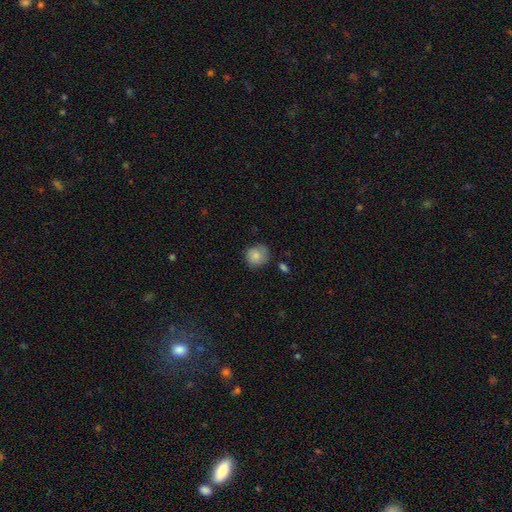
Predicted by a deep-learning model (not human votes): This is likely a smooth galaxy (80%). How rounded: clearly round (86%). Merging: likely none (69%).